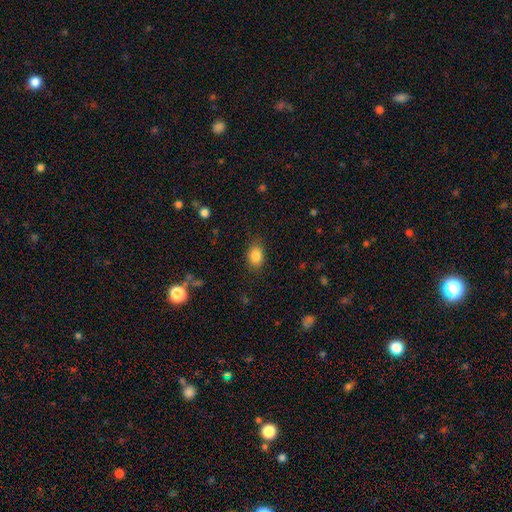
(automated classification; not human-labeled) smooth-or-featured: smooth: 84% | star or artifact: 10% | featured or disk: 6%
  how-rounded: in between: 67% | round: 32% | cigar-shaped: 1%
  merging: none: 82% | minor disturbance: 13% | major disturbance: 4% | merger: 1%